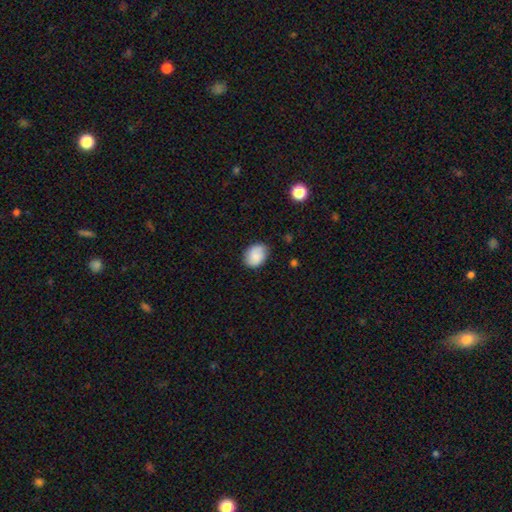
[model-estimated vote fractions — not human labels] Smooth or featured: smooth — 83% (featured or disk — 10%)
How rounded: in between — 62% (round — 37%)
Merging: none — 78% (minor disturbance — 18%)